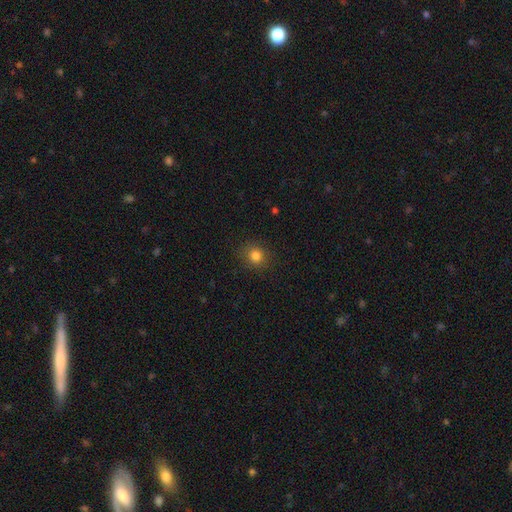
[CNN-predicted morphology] Smooth or featured?
  - smooth: 82% *
  - star or artifact: 13%
  - featured or disk: 6%
How rounded?
  - round: 82% *
  - in between: 17%
  - cigar-shaped: 1%
Merging?
  - none: 87% *
  - minor disturbance: 9%
  - major disturbance: 3%
  - merger: 1%